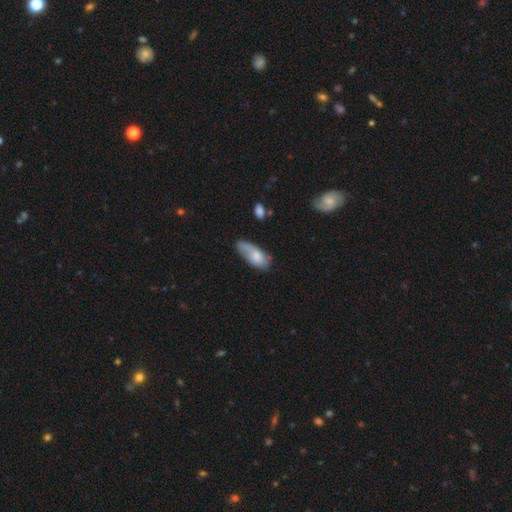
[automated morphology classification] This appears to be a smooth galaxy with no disk features (72%) that is in between round and cigar-shaped (84%). Merging: none (39%).